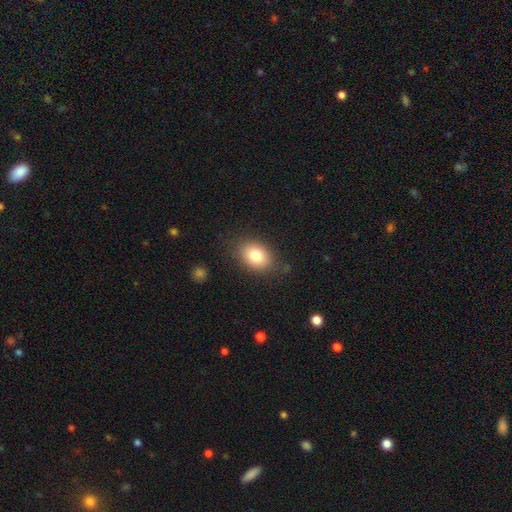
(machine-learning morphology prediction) Overall: smooth (81%). How rounded: in between (68%; round 31%). Merging: none (81%).